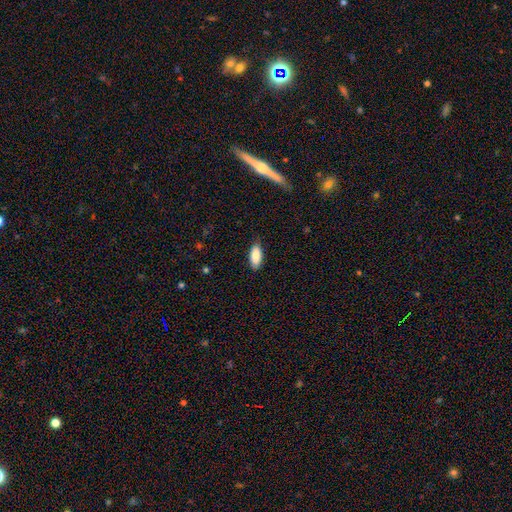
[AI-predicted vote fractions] smooth 88%, star or artifact 6%, featured or disk 6%. Down the decision tree: how rounded — in between (87%); merging — none (83%).